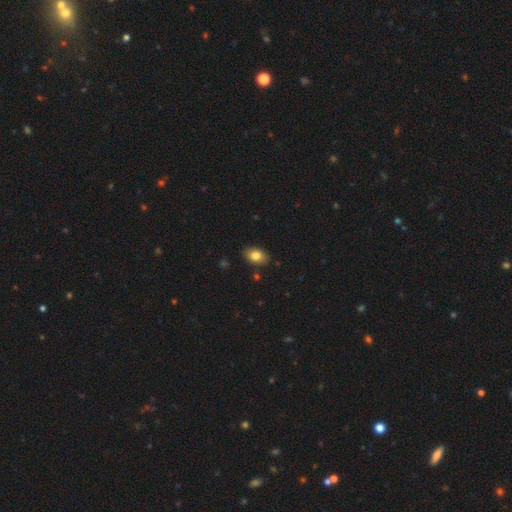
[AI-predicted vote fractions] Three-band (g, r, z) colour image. It shows a smooth galaxy with no disk features (82%) that is in between round and cigar-shaped (85%). Merging: none (86%).